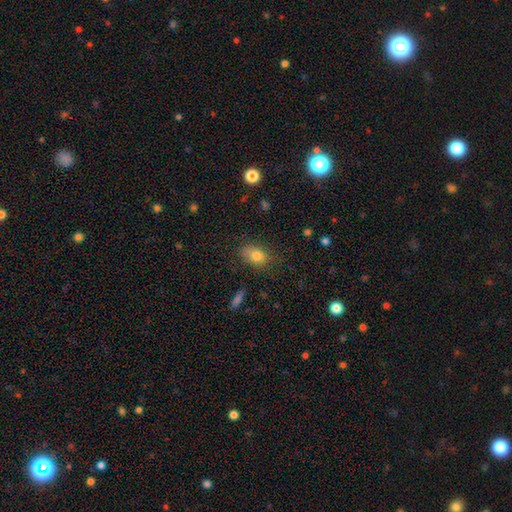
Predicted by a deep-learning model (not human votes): This is likely a smooth galaxy (79%). How rounded: likely in between (76%). Merging: likely none (69%).